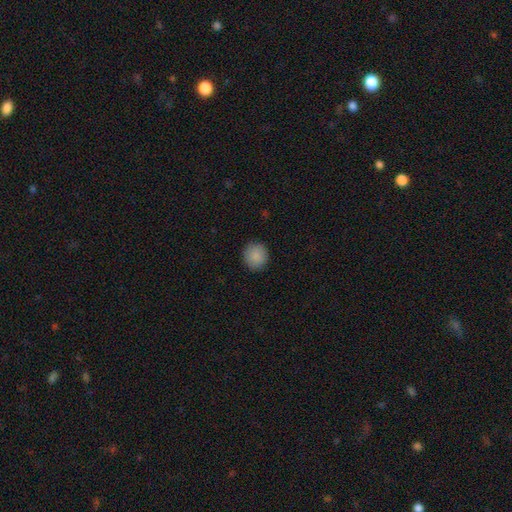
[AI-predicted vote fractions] The model was most divided on "how rounded": round: 87%, in between: 12%, cigar-shaped: 1%. More confident: merging — none (90%); smooth or featured — smooth (88%).